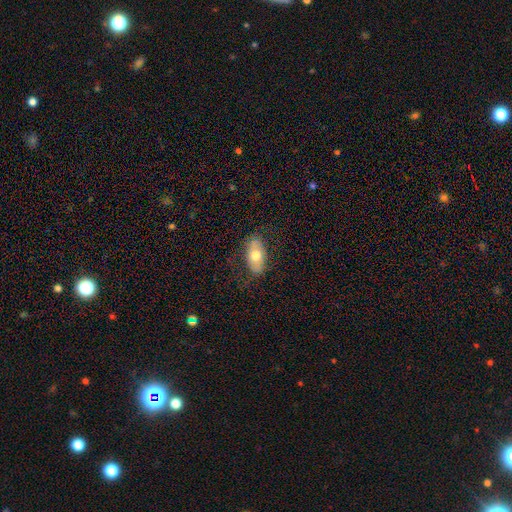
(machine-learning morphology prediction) This appears to be a smooth galaxy with no disk features (66%) that is in between round and cigar-shaped (91%). Merging: none (78%).